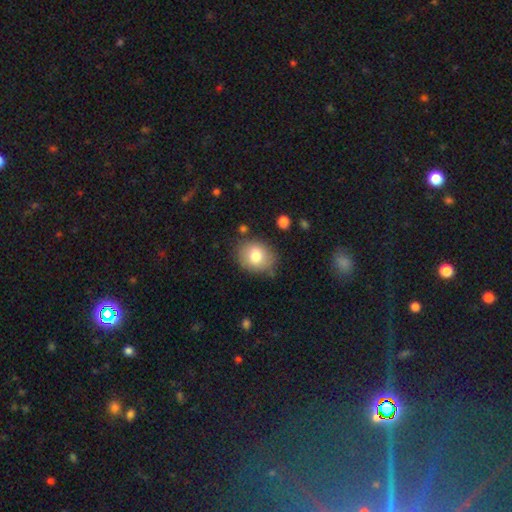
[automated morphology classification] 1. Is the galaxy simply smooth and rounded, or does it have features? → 79% smooth, 13% featured or disk, 8% star or artifact.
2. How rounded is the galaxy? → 56% round, 43% in between, 1% cigar-shaped.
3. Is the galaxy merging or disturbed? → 78% none, 15% minor disturbance, 4% major disturbance, 3% merger.